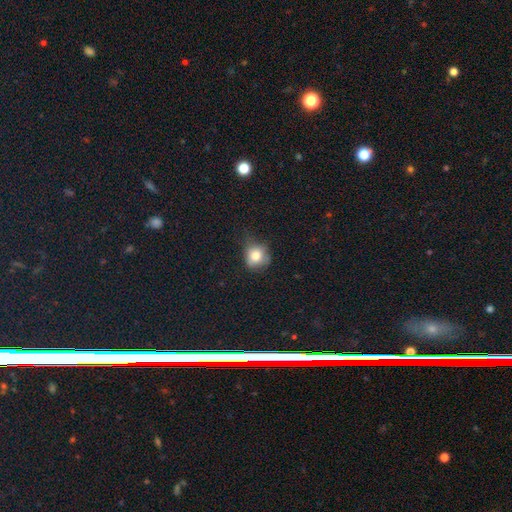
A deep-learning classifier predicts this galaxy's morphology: This is likely a smooth galaxy (76%). How rounded: likely round (76%). Merging: possibly none (55%).